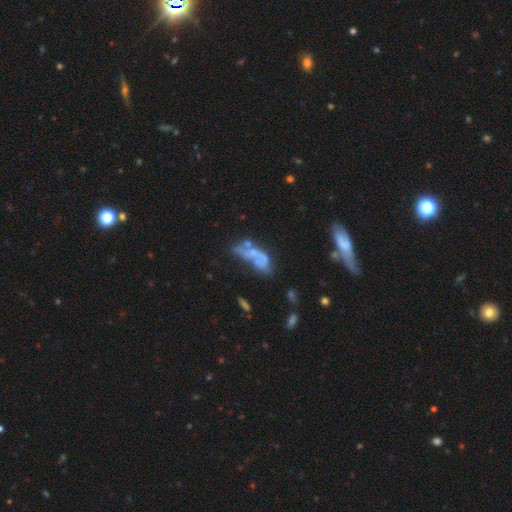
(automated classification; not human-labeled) Smooth or featured?
  - featured or disk: 50% *
  - smooth: 35%
  - star or artifact: 14%
Edge-on disk?
  - no: 88% *
  - yes: 12%
Merging?
  - merger: 29% *
  - major disturbance: 28%
  - none: 25%
  - minor disturbance: 18%